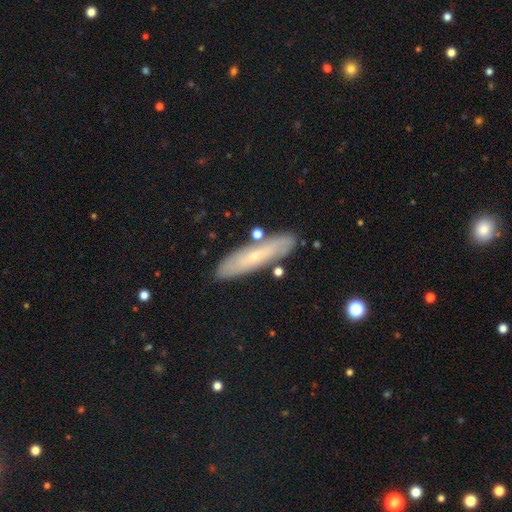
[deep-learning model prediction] This appears to be a smooth galaxy with no disk features (47%). Merging: none (83%).